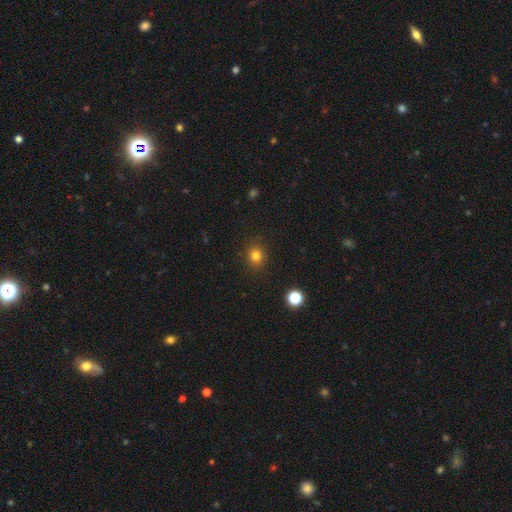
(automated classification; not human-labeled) Smooth or featured?
  - smooth: 81% *
  - star or artifact: 14%
  - featured or disk: 5%
How rounded?
  - round: 85% *
  - in between: 15%
  - cigar-shaped: 1%
Merging?
  - none: 90% *
  - minor disturbance: 7%
  - major disturbance: 2%
  - merger: 1%